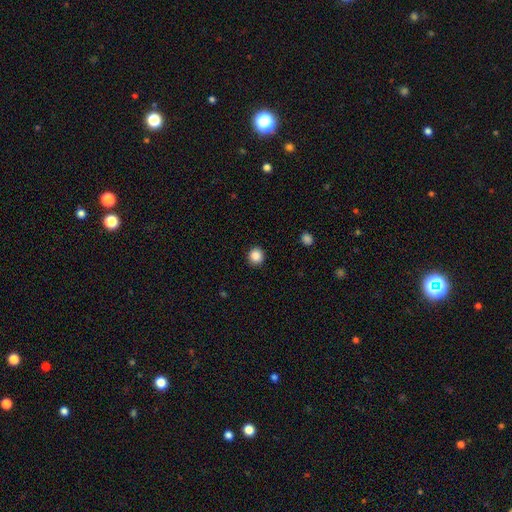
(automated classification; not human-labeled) A smooth galaxy with no disk features (87%) that is round (92%). Merging: none (92%).